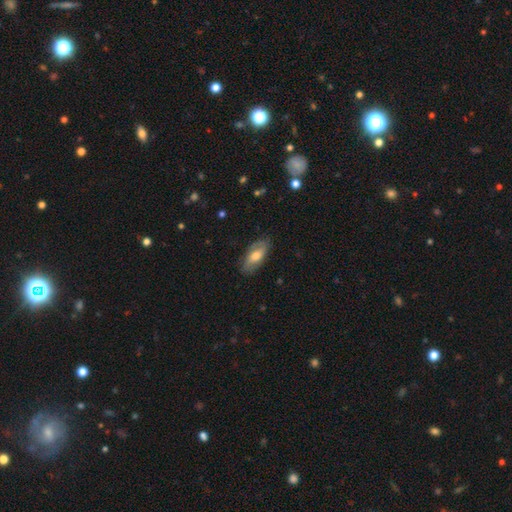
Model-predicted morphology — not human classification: smooth-or-featured: smooth: 51% | featured or disk: 43% | star or artifact: 6%
  how-rounded: in between: 85% | cigar-shaped: 12% | round: 3%
  merging: none: 81% | minor disturbance: 14% | major disturbance: 4% | merger: 1%